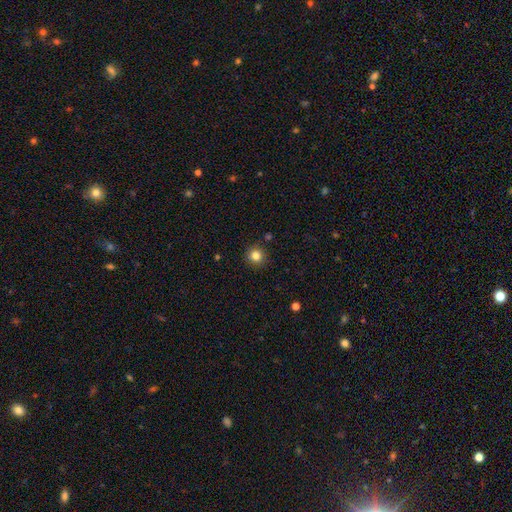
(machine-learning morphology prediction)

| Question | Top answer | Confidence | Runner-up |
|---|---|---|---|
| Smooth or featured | smooth | 83% | star or artifact (12%) |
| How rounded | round | 94% | in between (5%) |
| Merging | none | 90% | minor disturbance (7%) |